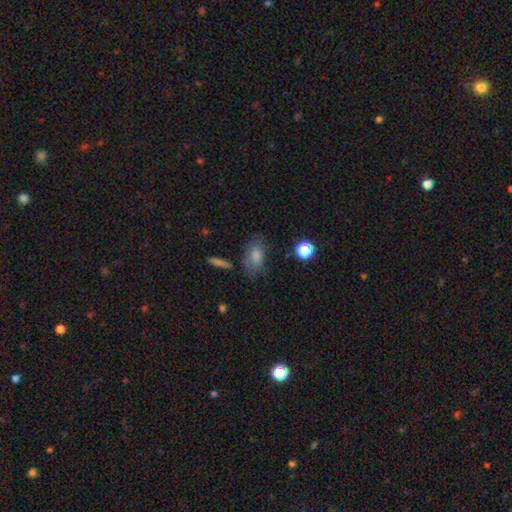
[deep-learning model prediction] The model was most divided on "merging": none: 74%, minor disturbance: 17%, major disturbance: 5%, merger: 4%. More confident: how rounded — in between (86%); smooth or featured — smooth (73%).